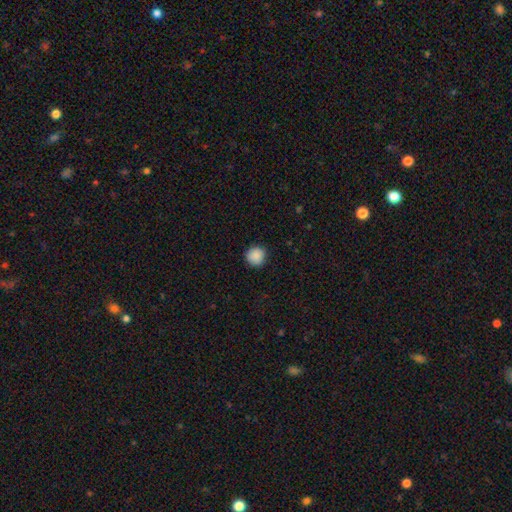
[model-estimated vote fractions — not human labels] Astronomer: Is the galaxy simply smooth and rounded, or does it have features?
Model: smooth — 88%.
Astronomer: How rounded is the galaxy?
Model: round — 94%.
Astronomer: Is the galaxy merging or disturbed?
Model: none — 89%.